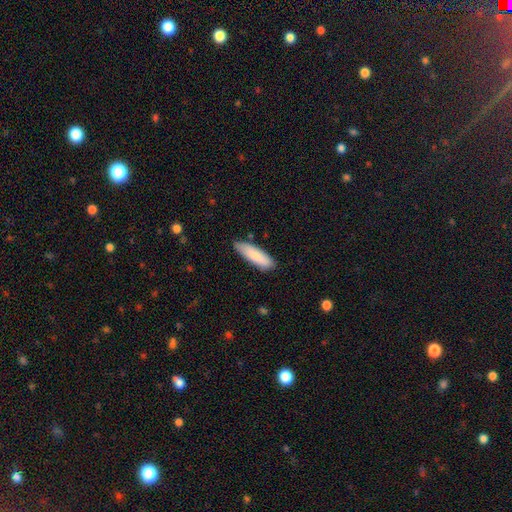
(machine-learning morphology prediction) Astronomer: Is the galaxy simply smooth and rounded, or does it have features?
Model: smooth — 83%.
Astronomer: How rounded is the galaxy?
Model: cigar-shaped — 52% (runner-up: in between, 46%).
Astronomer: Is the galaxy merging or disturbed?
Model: none — 80%.